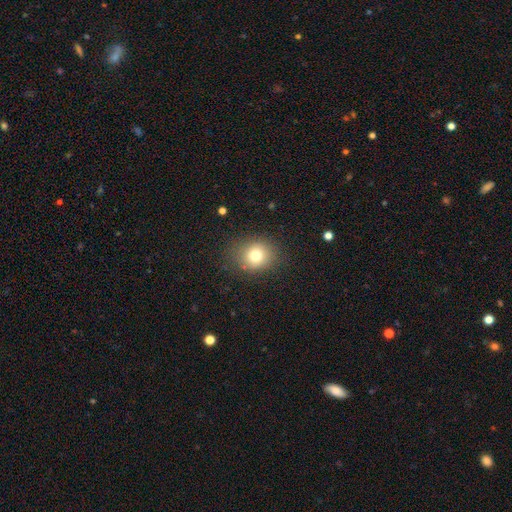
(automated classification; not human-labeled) Smooth or featured: smooth — 77% (star or artifact — 13%)
How rounded: round — 72% (in between — 27%)
Merging: none — 82% (minor disturbance — 12%)